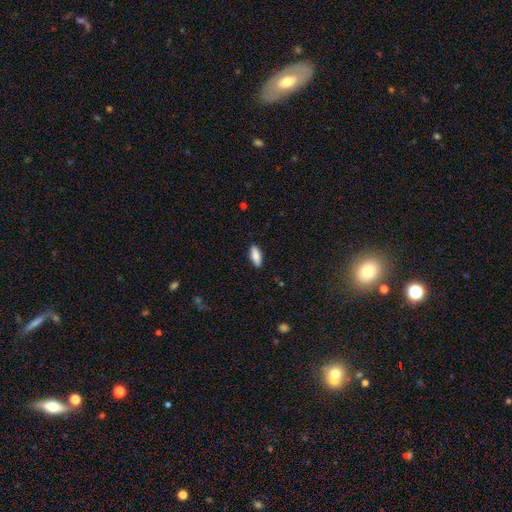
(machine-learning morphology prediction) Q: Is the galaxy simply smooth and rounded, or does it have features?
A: smooth — 84%.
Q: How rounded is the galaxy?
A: in between — 74%.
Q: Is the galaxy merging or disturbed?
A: none — 89%.